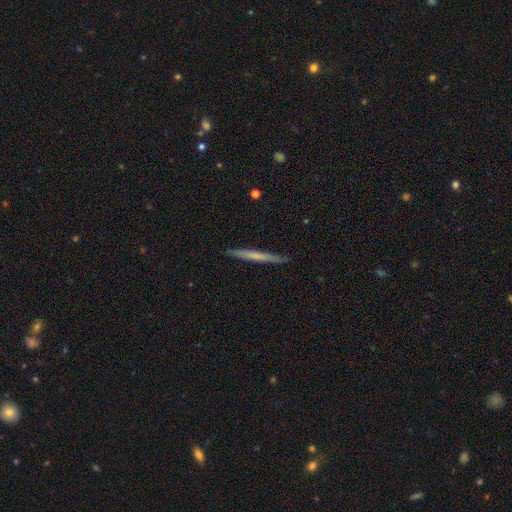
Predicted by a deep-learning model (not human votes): Smooth or featured? Predicted: smooth (p=0.56). How rounded? Predicted: cigar-shaped (p=0.97). Merging? Predicted: none (p=0.91).